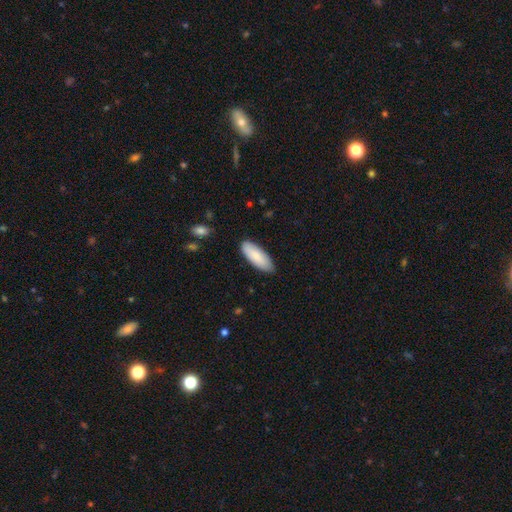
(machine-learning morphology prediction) smooth-or-featured: smooth: 85% | featured or disk: 9% | star or artifact: 5%
  how-rounded: in between: 75% | cigar-shaped: 23% | round: 1%
  merging: none: 83% | minor disturbance: 14% | major disturbance: 2% | merger: 1%